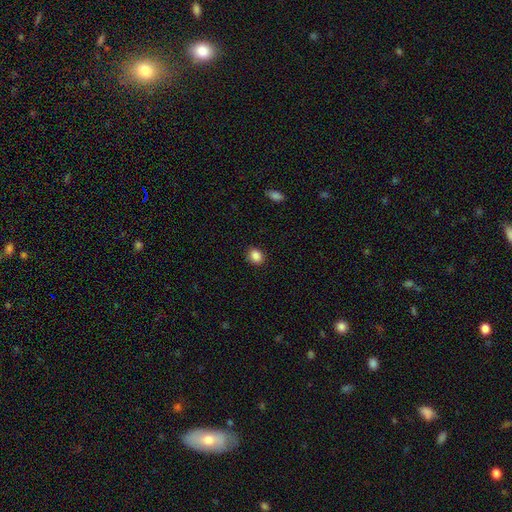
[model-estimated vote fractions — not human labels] smooth 87%, star or artifact 10%, featured or disk 4%. Down the decision tree: how rounded — in between (50%); merging — none (88%).